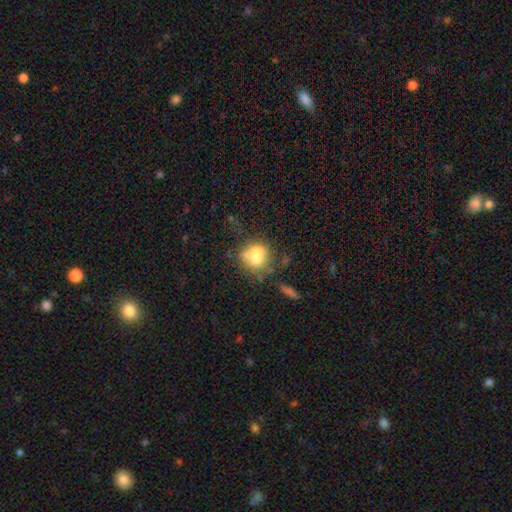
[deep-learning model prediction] The model was most divided on "merging": none: 42%, merger: 27%, minor disturbance: 20%, major disturbance: 12%. More confident: how rounded — round (75%); smooth or featured — smooth (68%).